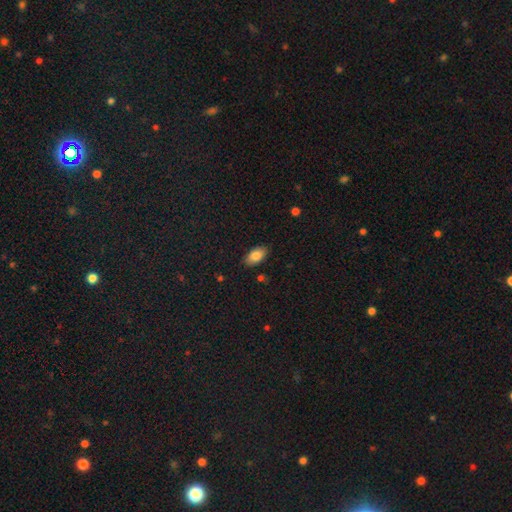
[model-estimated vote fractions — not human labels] This is clearly a smooth galaxy (84%). How rounded: clearly in between (93%). Merging: clearly none (86%).